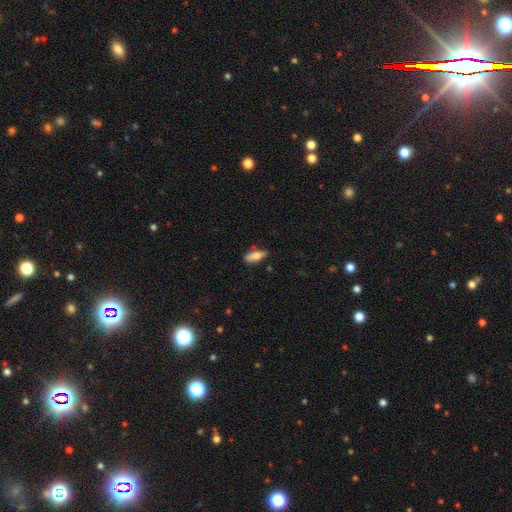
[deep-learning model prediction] Smooth or featured? Predicted: smooth (p=0.71). How rounded? Predicted: in between (p=0.67). Merging? Predicted: none (p=0.73).